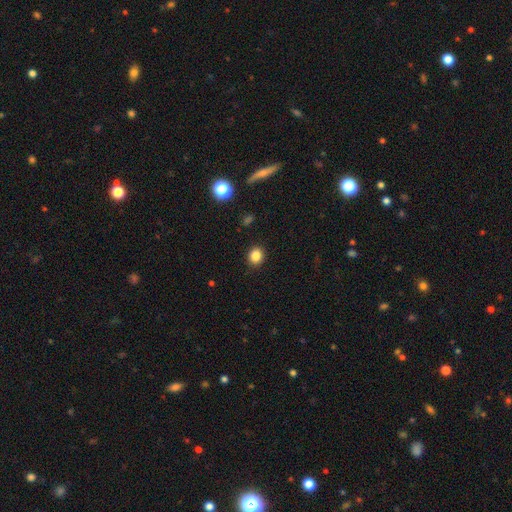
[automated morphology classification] Smooth or featured? Predicted: smooth (p=0.85). How rounded? Predicted: round (p=0.76). Merging? Predicted: none (p=0.90).